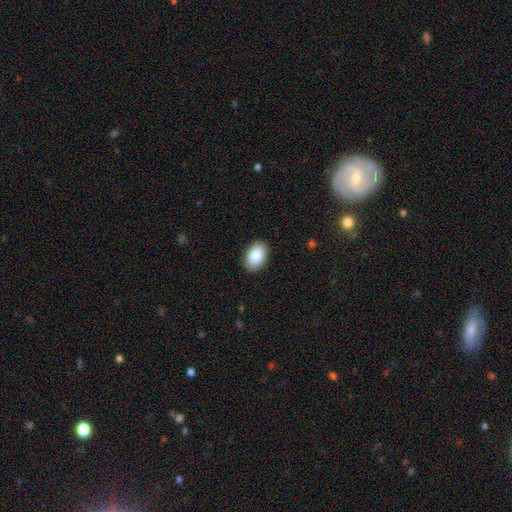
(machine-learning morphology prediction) This is clearly a smooth galaxy (88%). How rounded: clearly in between (90%). Merging: clearly none (89%).